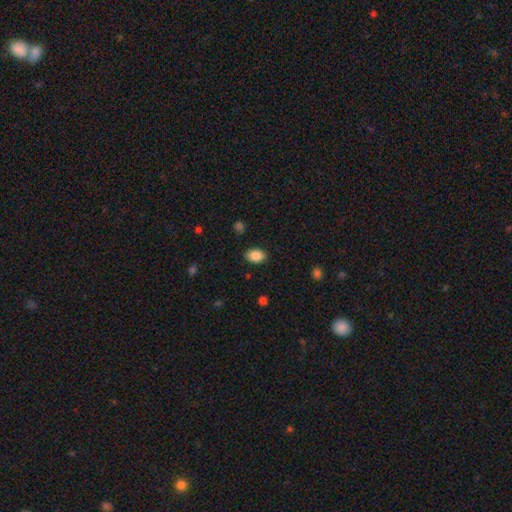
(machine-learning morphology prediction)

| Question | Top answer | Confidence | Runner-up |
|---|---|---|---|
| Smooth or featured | smooth | 86% | star or artifact (8%) |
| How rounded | in between | 85% | round (14%) |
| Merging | none | 87% | minor disturbance (10%) |